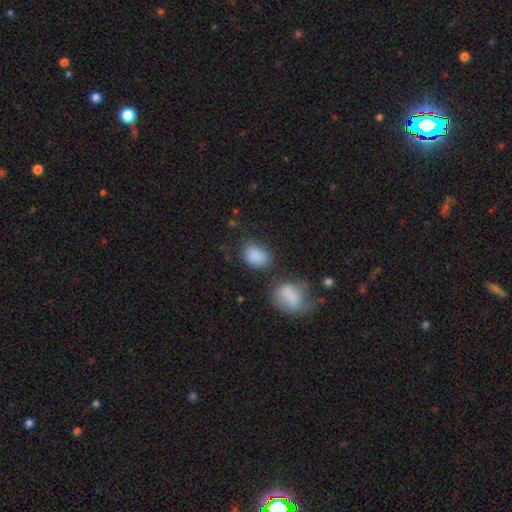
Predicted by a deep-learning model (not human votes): The model was most divided on "merging": none: 57%, minor disturbance: 20%, merger: 15%, major disturbance: 9%. More confident: smooth or featured — smooth (87%); how rounded — in between (76%).